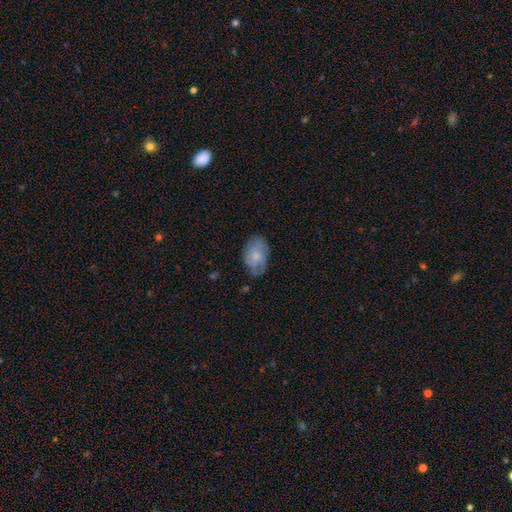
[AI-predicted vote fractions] Morphology: type=smooth (58%); roundness=in between (89%); merging=none (63%).